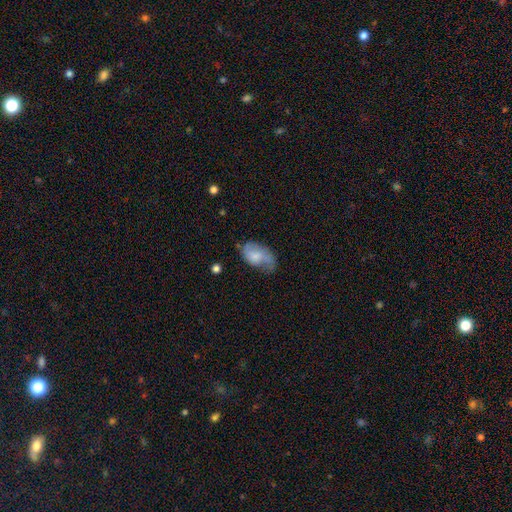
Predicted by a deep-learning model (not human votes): Smooth or featured: smooth — 57% (featured or disk — 36%)
How rounded: in between — 92% (round — 7%)
Merging: none — 39% (minor disturbance — 35%)